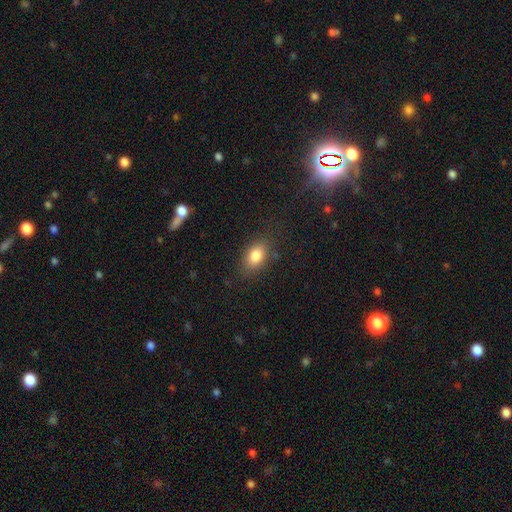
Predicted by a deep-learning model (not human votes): Q: Smooth or featured?
A: smooth (82%); runner-up: featured or disk (9%)
Q: How rounded?
A: in between (84%); runner-up: round (13%)
Q: Merging?
A: none (82%); runner-up: minor disturbance (13%)